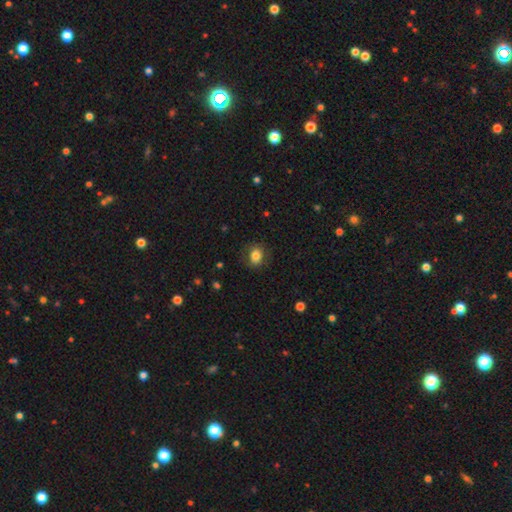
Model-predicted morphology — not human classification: Smooth or featured?
  - smooth: 81% *
  - featured or disk: 10%
  - star or artifact: 9%
How rounded?
  - in between: 57% *
  - round: 41%
  - cigar-shaped: 1%
Merging?
  - none: 81% *
  - minor disturbance: 13%
  - major disturbance: 5%
  - merger: 1%